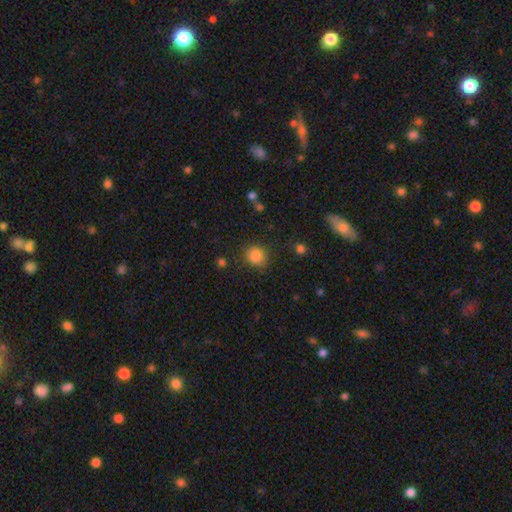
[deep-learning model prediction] This is clearly a smooth galaxy (85%). How rounded: clearly round (86%). Merging: clearly none (83%).